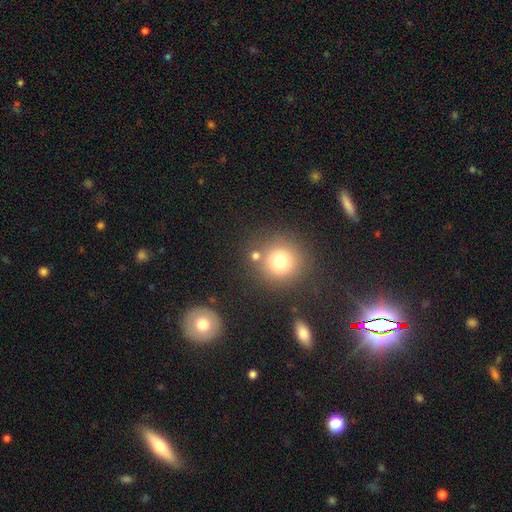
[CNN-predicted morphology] Smooth or featured? Predicted: smooth (p=0.73). How rounded? Predicted: round (p=0.92). Merging? Predicted: none (p=0.74).